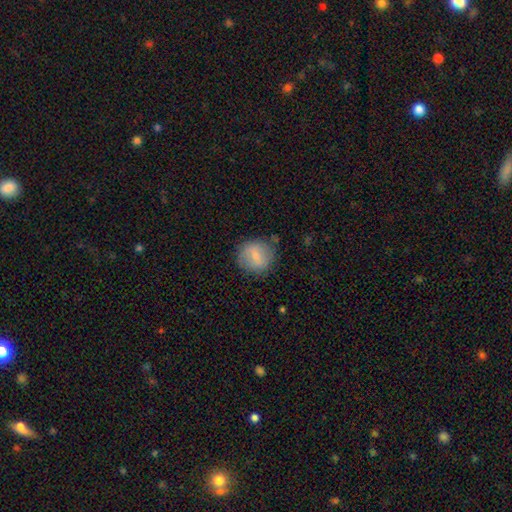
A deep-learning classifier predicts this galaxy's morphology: A smooth galaxy with no disk features (70%) that is round (84%).

Vote fractions:
- Smooth or featured? smooth: 70% / featured or disk: 23% / star or artifact: 7%
- How rounded? round: 84% / in between: 15% / cigar-shaped: 1%
- Merging? none: 77% / minor disturbance: 16% / major disturbance: 5% / merger: 2%